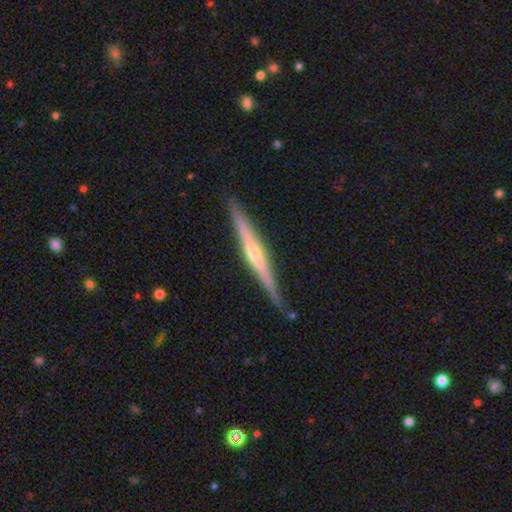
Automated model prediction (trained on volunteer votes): Smooth or featured? featured or disk (76%)
Edge-on disk? yes (98%)
Edge-on bulge? rounded (72%)
Merging? none (87%)